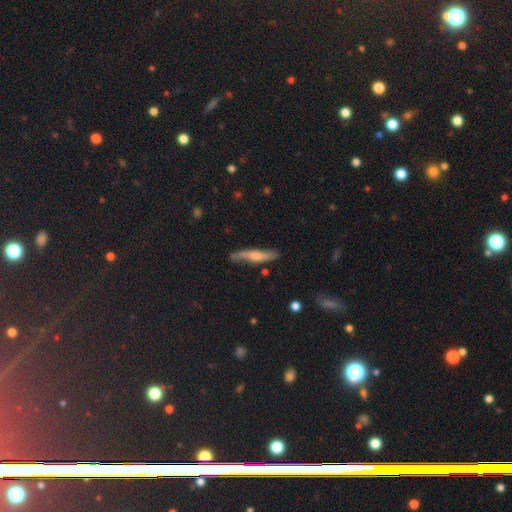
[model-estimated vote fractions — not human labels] Smooth or featured? Predicted: featured or disk (p=0.51). Edge-on disk? Predicted: yes (p=0.77). Merging? Predicted: none (p=0.70).